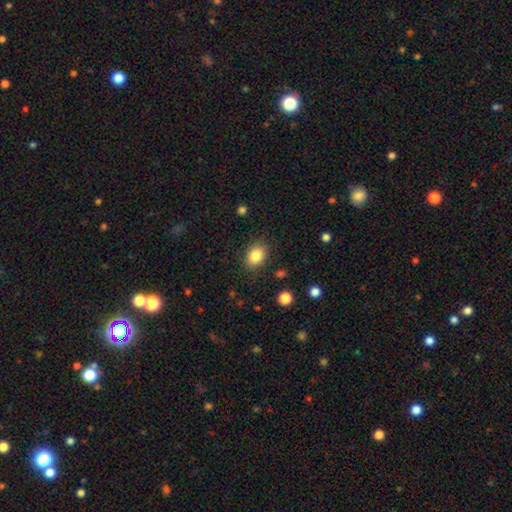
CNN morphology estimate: Smooth or featured?
  - smooth: 84% *
  - star or artifact: 9%
  - featured or disk: 7%
How rounded?
  - in between: 68% *
  - round: 31%
  - cigar-shaped: 1%
Merging?
  - none: 85% *
  - minor disturbance: 10%
  - major disturbance: 3%
  - merger: 1%